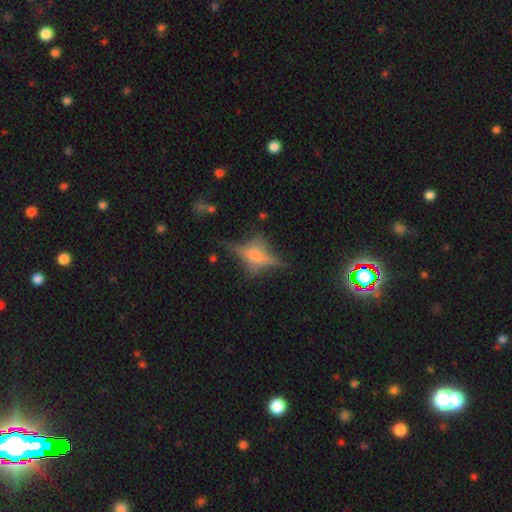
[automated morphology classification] smooth-or-featured: featured or disk: 63% | smooth: 23% | star or artifact: 14%
  disk-edge-on: yes: 85% | no: 15%
    edge-on-bulge: rounded: 84% | boxy: 11% | none: 5%
  merging: none: 64% | minor disturbance: 19% | major disturbance: 12% | merger: 4%